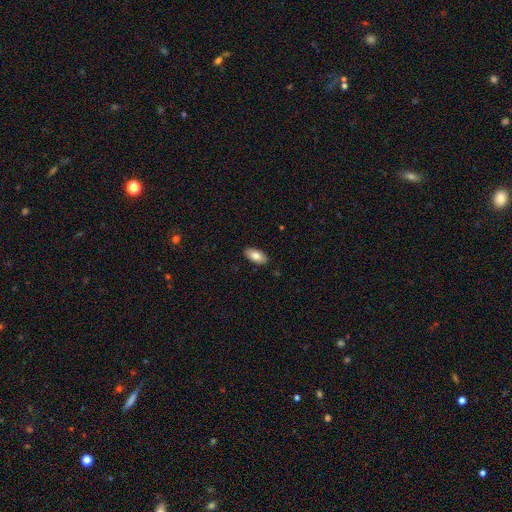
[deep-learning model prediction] Overall: smooth (81%). How rounded: in between (91%). Merging: none (89%).